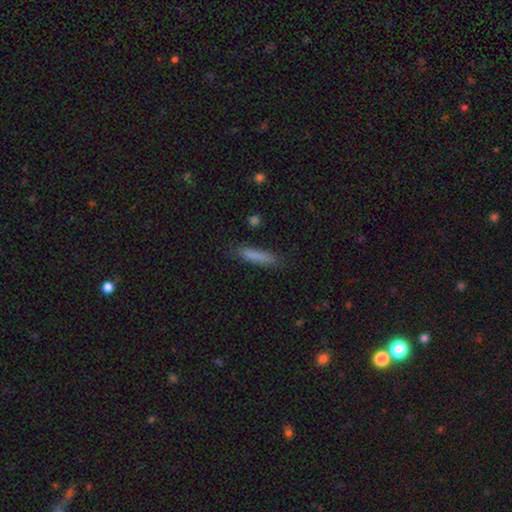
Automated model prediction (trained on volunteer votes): A smooth galaxy with no disk features (82%) that is cigar-shaped (88%). Merging: none (84%).